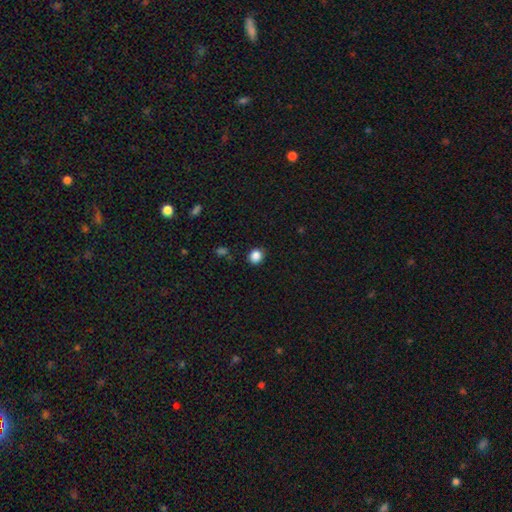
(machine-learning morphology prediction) This appears to be a smooth galaxy with no disk features (86%) that is round (70%). Merging: none (88%).